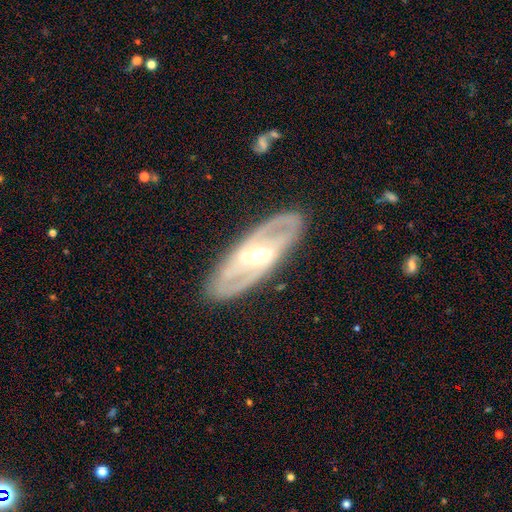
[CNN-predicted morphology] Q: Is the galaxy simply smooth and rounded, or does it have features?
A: featured or disk — 85%.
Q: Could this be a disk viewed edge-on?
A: no — 87%.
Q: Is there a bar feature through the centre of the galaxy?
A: strong — 52%.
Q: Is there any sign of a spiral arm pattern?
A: yes — 89%.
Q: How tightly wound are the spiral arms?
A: medium — 45%.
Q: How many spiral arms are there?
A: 2 — 79%.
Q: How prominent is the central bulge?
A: moderate — 55%.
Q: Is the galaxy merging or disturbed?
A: none — 86%.